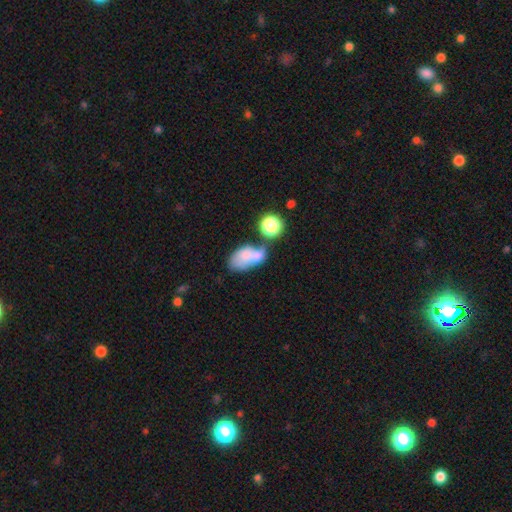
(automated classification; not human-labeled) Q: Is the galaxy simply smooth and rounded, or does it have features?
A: smooth — 66%.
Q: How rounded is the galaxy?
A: in between — 85%.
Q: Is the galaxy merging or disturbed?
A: merger — 50%.